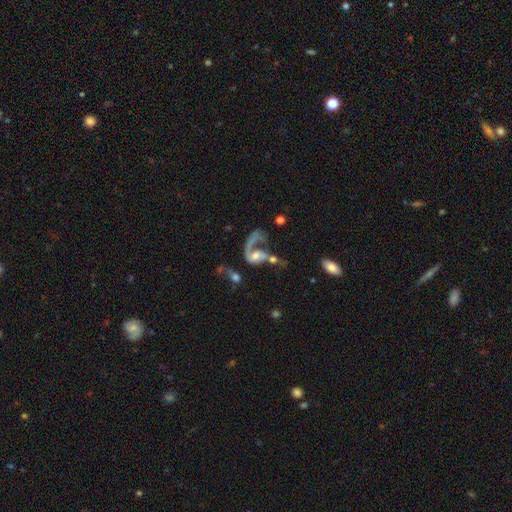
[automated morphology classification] Smooth or featured? featured or disk (69%)
Edge-on disk? no (96%)
Bar? no (69%)
Spiral arms? yes (73%)
Bulge size? moderate (46%)
Merging? merger (38%)